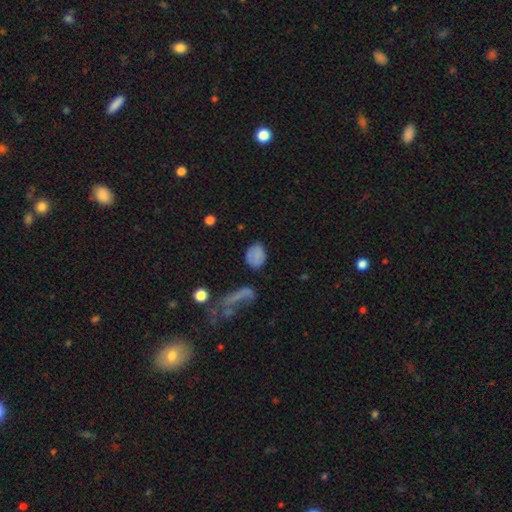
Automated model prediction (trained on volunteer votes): A smooth galaxy with no disk features (75%) that is in between round and cigar-shaped (63%). Merging: none (66%).